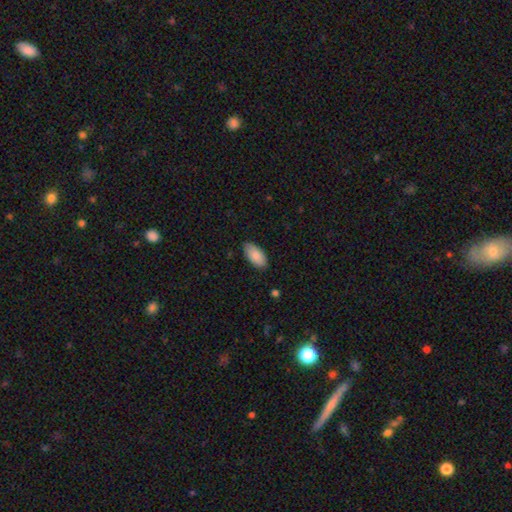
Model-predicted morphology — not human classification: Smooth or featured: smooth — 89% (star or artifact — 6%)
How rounded: in between — 94% (cigar-shaped — 4%)
Merging: none — 86% (minor disturbance — 11%)